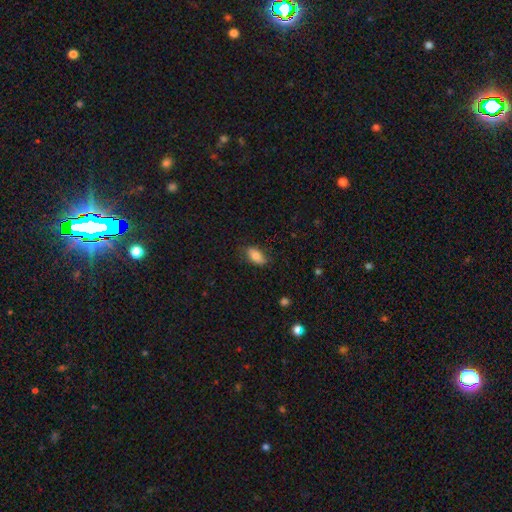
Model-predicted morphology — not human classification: The model was most divided on "merging": none: 78%, minor disturbance: 17%, major disturbance: 4%, merger: 1%. More confident: how rounded — in between (91%); smooth or featured — smooth (77%).